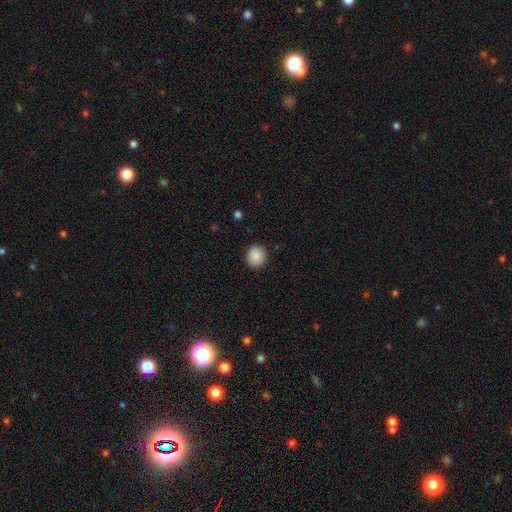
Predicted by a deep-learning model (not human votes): This is clearly a smooth galaxy (88%). How rounded: clearly round (87%). Merging: clearly none (90%).